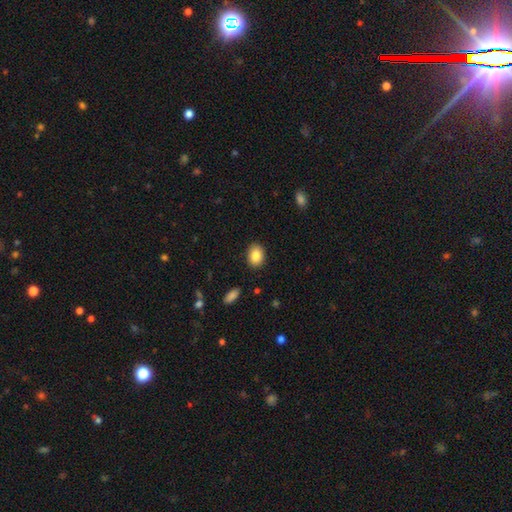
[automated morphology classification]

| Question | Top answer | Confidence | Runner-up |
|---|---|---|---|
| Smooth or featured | smooth | 86% | star or artifact (8%) |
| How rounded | in between | 74% | round (25%) |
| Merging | none | 88% | minor disturbance (9%) |